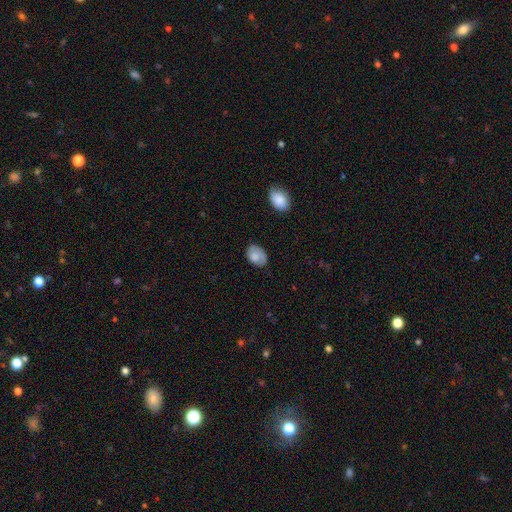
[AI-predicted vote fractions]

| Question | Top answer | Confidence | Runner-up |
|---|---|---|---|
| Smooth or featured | smooth | 73% | featured or disk (19%) |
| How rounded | in between | 81% | round (18%) |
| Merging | none | 69% | minor disturbance (23%) |